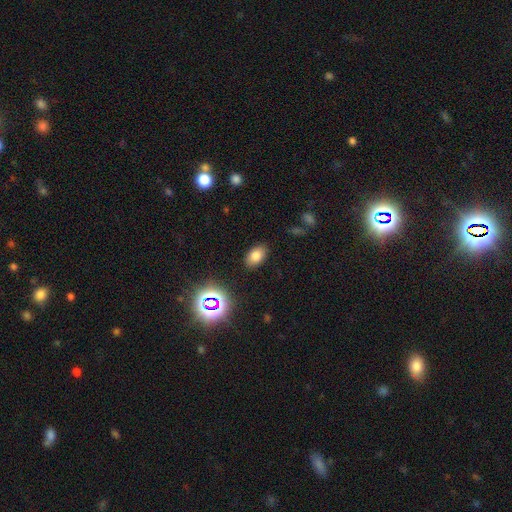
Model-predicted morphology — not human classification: This is likely a smooth galaxy (75%). How rounded: clearly in between (89%). Merging: clearly none (86%).